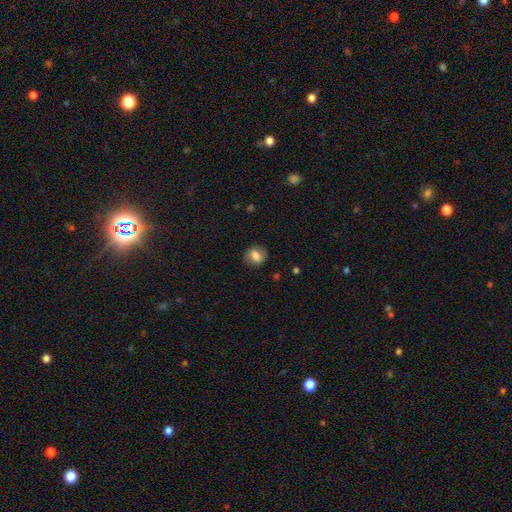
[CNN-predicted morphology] smooth 65%, featured or disk 26%, star or artifact 9%. Down the decision tree: how rounded — round (61%); merging — none (80%).